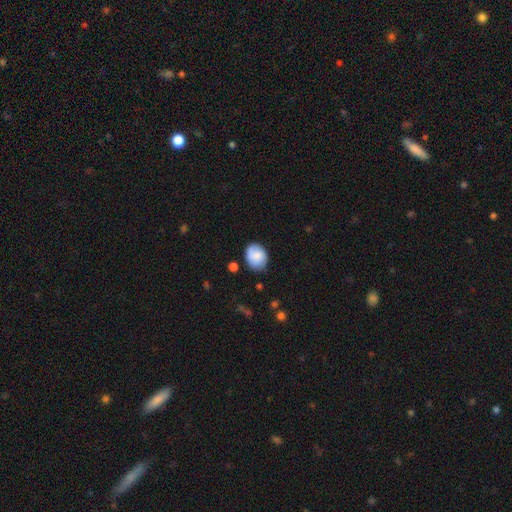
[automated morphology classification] smooth-or-featured: smooth: 75% | featured or disk: 18% | star or artifact: 7%
  how-rounded: in between: 54% | round: 46% | cigar-shaped: 1%
  merging: none: 72% | minor disturbance: 21% | major disturbance: 4% | merger: 3%